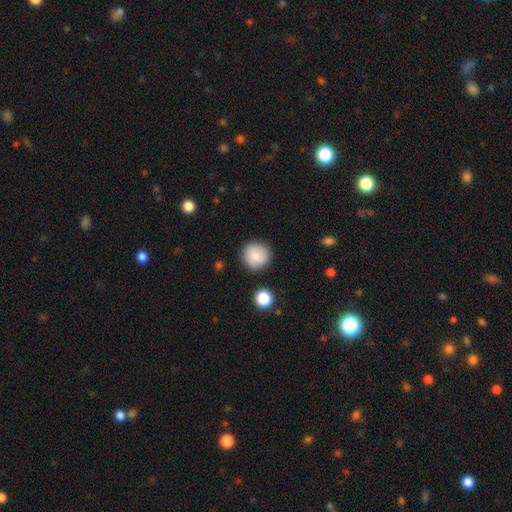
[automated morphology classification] Smooth or featured?
  - smooth: 85% *
  - star or artifact: 8%
  - featured or disk: 7%
How rounded?
  - round: 94% *
  - in between: 5%
  - cigar-shaped: 1%
Merging?
  - none: 88% *
  - minor disturbance: 8%
  - major disturbance: 2%
  - merger: 2%